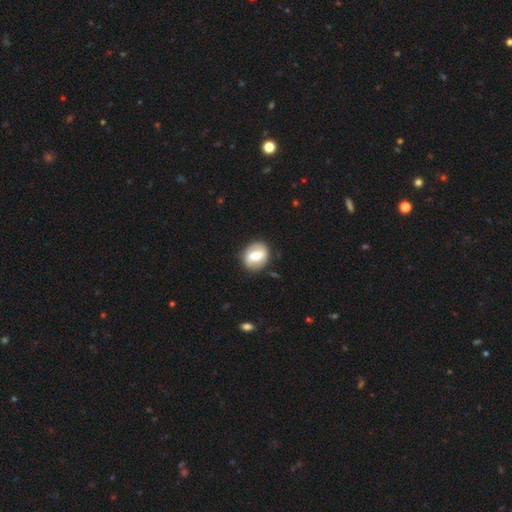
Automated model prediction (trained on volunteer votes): This is possibly a smooth galaxy (47%). Merging: clearly none (84%).